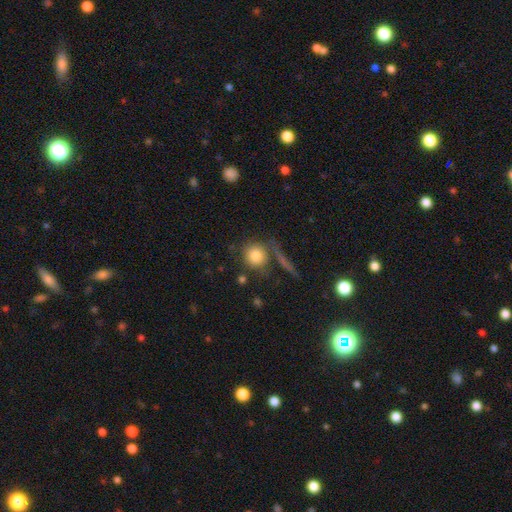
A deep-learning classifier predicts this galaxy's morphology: The model was most divided on "merging": none: 71%, minor disturbance: 13%, merger: 11%, major disturbance: 6%. More confident: how rounded — round (90%); smooth or featured — smooth (81%).